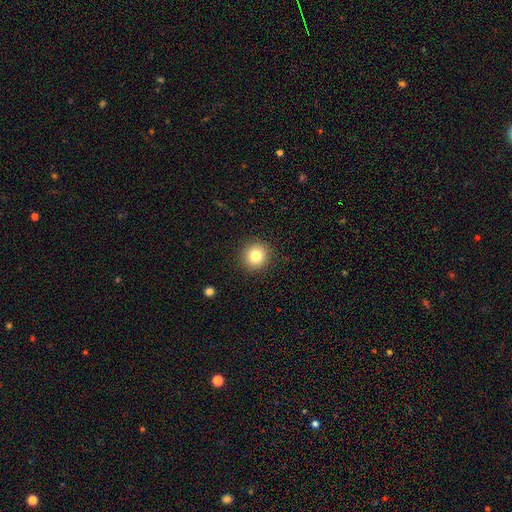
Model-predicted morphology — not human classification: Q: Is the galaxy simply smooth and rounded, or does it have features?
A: smooth — 80%.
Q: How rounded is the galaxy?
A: round — 92%.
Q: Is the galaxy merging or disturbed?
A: none — 91%.